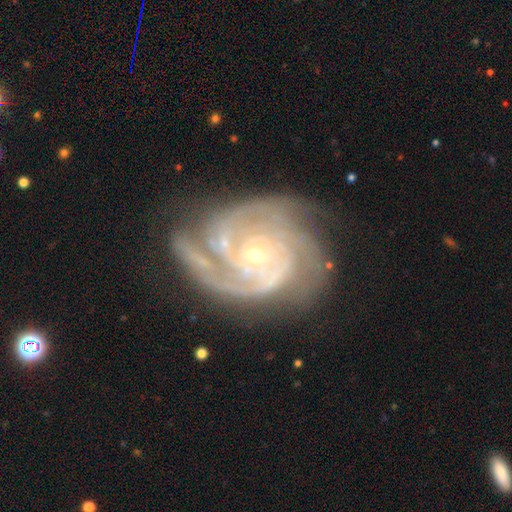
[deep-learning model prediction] This appears to be a featured or disk galaxy (90%) with no bar (67%), 3 (36%) tight (67%) spiral arms (98%) and a small central bulge (80%). Merging: none (58%).